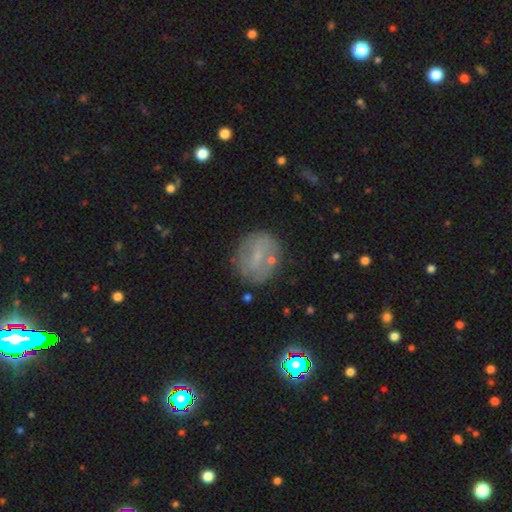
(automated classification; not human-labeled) Overall: featured or disk (43%; smooth 34%). Merging: none (77%).